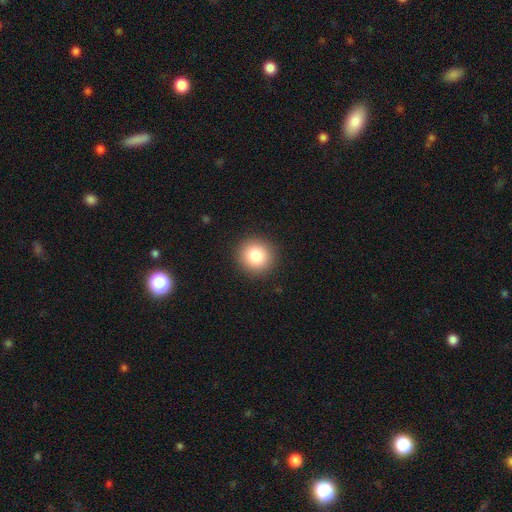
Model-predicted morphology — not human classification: This is clearly a smooth galaxy (82%). How rounded: clearly round (92%). Merging: clearly none (92%).